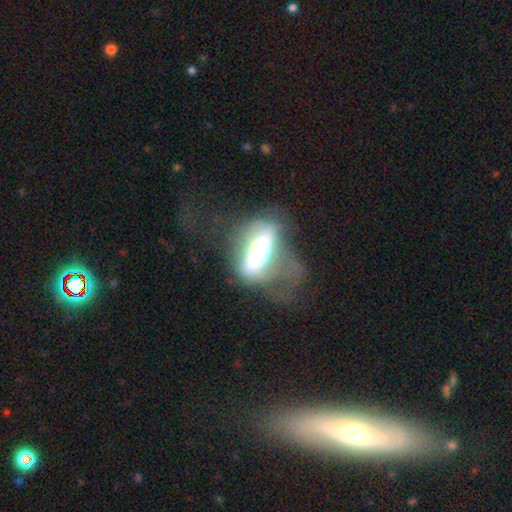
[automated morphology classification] featured or disk 46%, smooth 44%, star or artifact 10%. Down the decision tree: merging — major disturbance (50%).